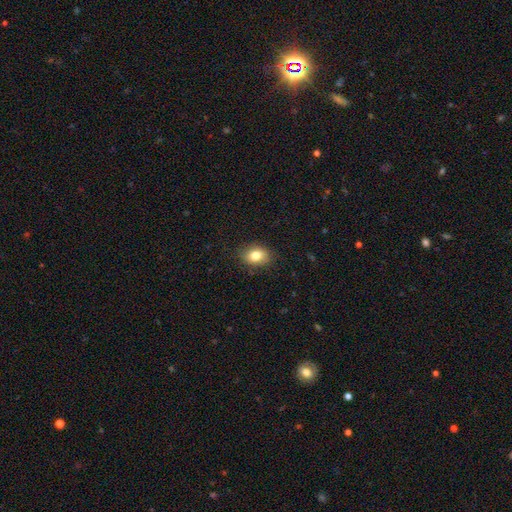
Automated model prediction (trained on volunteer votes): Q: Smooth or featured?
A: smooth (82%); runner-up: star or artifact (9%)
Q: How rounded?
A: in between (68%); runner-up: round (31%)
Q: Merging?
A: none (85%); runner-up: minor disturbance (11%)